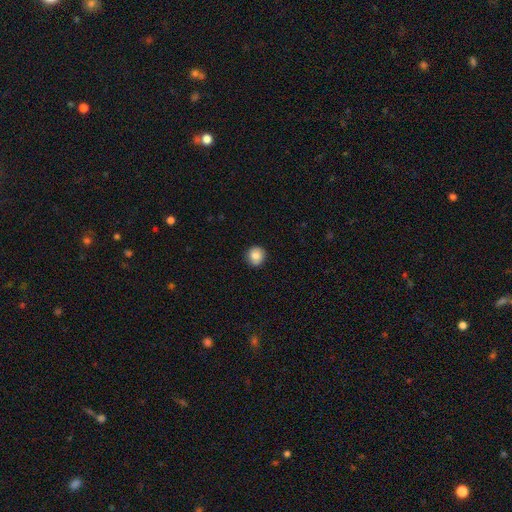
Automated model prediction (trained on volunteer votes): Q: Smooth or featured?
A: smooth (86%); runner-up: star or artifact (9%)
Q: How rounded?
A: round (92%); runner-up: in between (7%)
Q: Merging?
A: none (89%); runner-up: minor disturbance (8%)